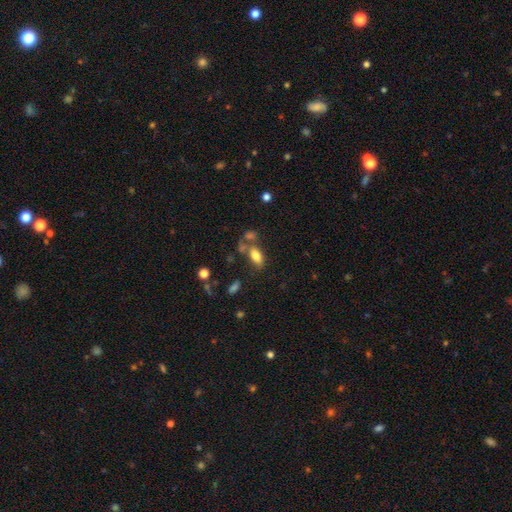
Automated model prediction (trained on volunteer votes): This is likely a smooth galaxy (78%). How rounded: clearly in between (88%). Merging: possibly none (52%).